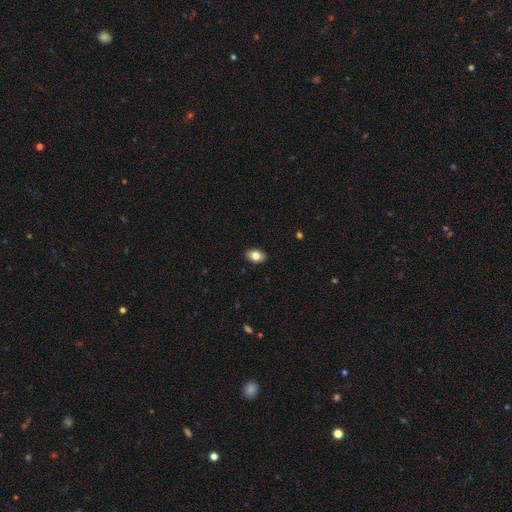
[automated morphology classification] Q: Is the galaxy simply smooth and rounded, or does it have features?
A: smooth — 82%.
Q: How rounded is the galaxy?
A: in between — 87%.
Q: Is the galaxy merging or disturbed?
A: none — 89%.